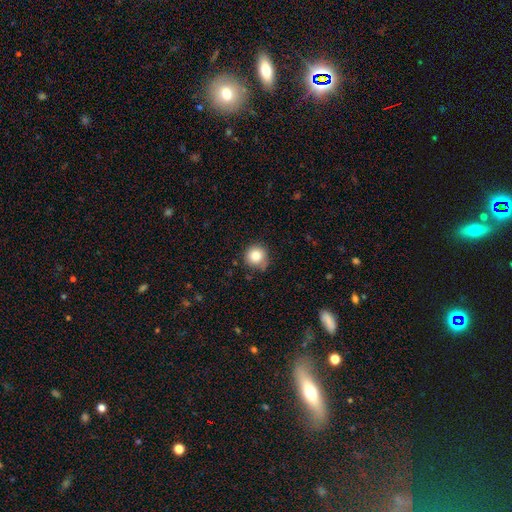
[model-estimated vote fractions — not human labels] smooth-or-featured: smooth: 83% | star or artifact: 10% | featured or disk: 7%
  how-rounded: round: 94% | in between: 5% | cigar-shaped: 1%
  merging: none: 75% | minor disturbance: 19% | major disturbance: 4% | merger: 2%